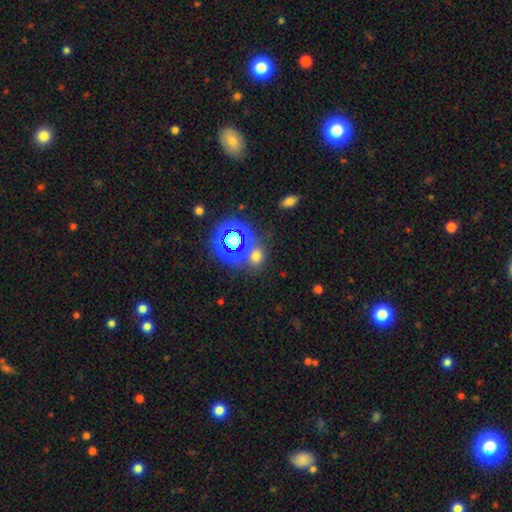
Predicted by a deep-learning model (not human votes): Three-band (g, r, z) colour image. It shows a smooth galaxy with no disk features (55%) that is round (58%). Merging: none (70%).